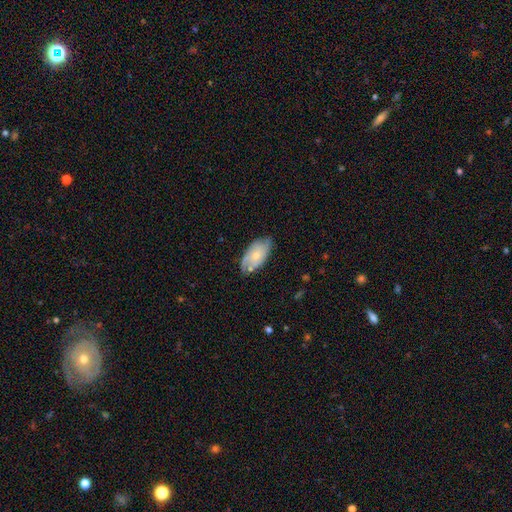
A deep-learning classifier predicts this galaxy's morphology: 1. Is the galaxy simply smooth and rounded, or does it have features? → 48% featured or disk, 45% smooth, 6% star or artifact.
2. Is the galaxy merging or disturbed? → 66% none, 26% minor disturbance, 6% major disturbance, 3% merger.